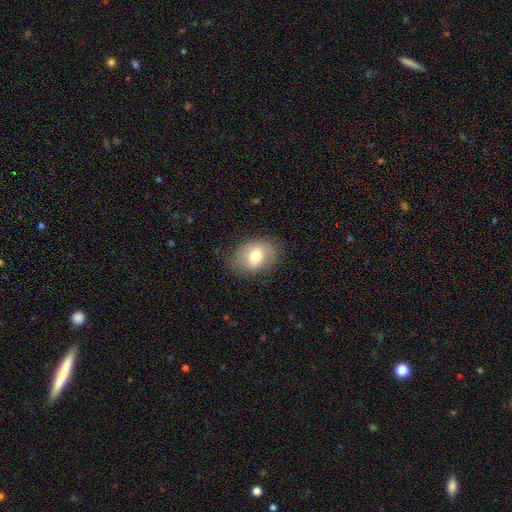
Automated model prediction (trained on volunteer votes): smooth-or-featured: smooth: 72% | featured or disk: 20% | star or artifact: 8%
  how-rounded: in between: 72% | round: 27% | cigar-shaped: 1%
  merging: none: 78% | minor disturbance: 16% | major disturbance: 5% | merger: 1%